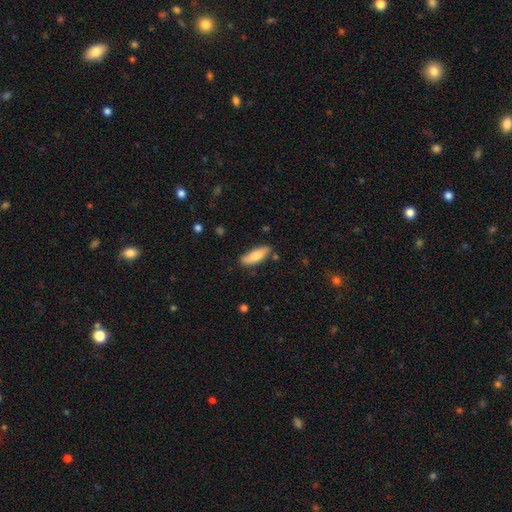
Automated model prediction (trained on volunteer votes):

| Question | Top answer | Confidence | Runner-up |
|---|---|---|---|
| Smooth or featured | smooth | 78% | featured or disk (16%) |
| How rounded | in between | 60% | cigar-shaped (39%) |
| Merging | none | 77% | minor disturbance (17%) |